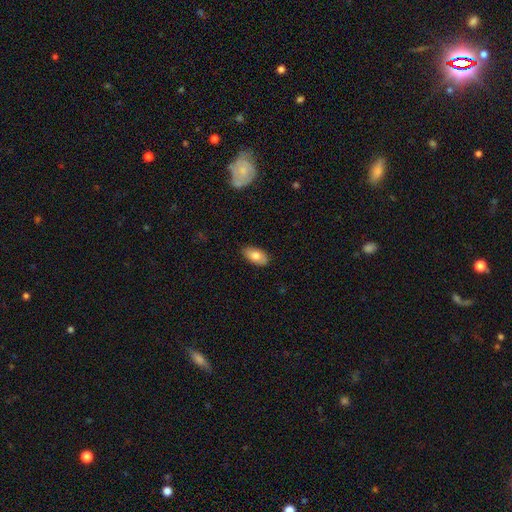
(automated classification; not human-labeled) A smooth galaxy with no disk features (81%) that is in between round and cigar-shaped (94%).

Vote fractions:
- Smooth or featured? smooth: 81% / featured or disk: 12% / star or artifact: 6%
- How rounded? in between: 94% / cigar-shaped: 3% / round: 3%
- Merging? none: 85% / minor disturbance: 12% / major disturbance: 2% / merger: 1%